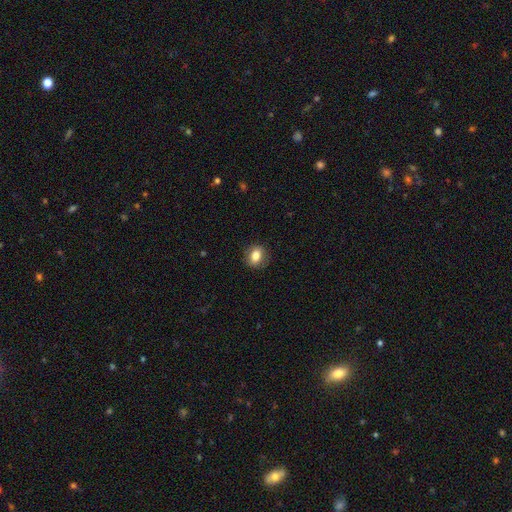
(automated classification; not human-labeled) smooth_or_featured: smooth (p=0.81) [alt: featured or disk p=0.10]
how_rounded: round (p=0.52) [alt: in between p=0.47]
merging: none (p=0.86) [alt: minor disturbance p=0.10]